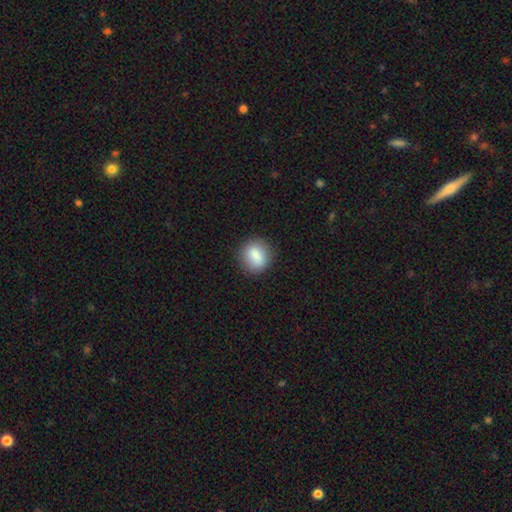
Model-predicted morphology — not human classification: A smooth galaxy with no disk features (85%) that is round (73%). Merging: none (84%).